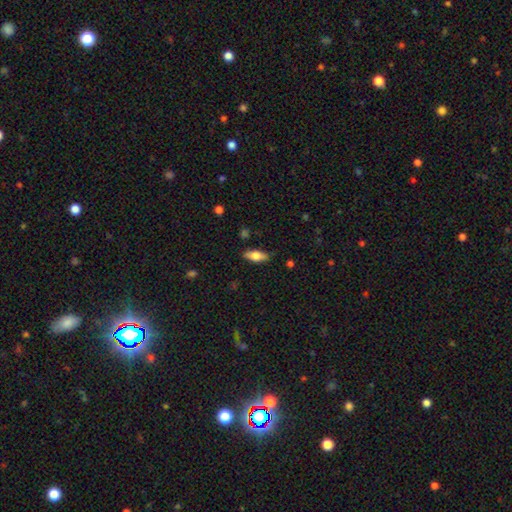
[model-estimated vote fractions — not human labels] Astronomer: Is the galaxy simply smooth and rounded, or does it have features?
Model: smooth — 70%.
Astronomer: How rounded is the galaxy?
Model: in between — 76%.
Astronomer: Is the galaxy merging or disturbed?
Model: none — 83%.